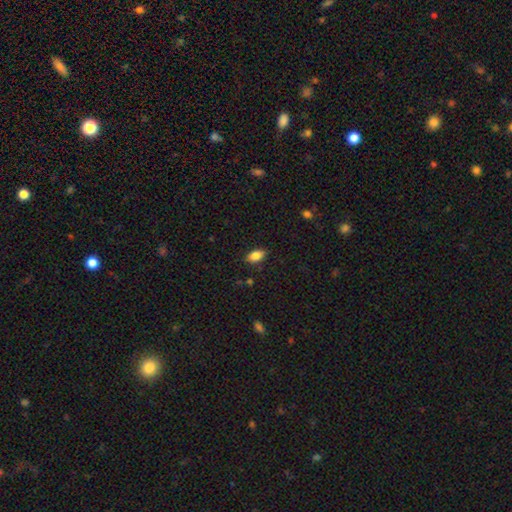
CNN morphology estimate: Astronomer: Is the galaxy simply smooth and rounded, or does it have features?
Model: smooth — 83%.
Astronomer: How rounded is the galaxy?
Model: in between — 89%.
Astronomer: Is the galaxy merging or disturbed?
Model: none — 85%.